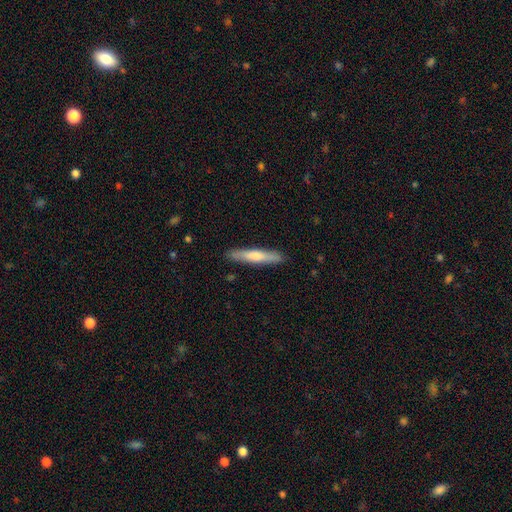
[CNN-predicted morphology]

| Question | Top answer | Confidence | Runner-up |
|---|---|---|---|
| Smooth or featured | smooth | 65% | featured or disk (30%) |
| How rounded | cigar-shaped | 92% | in between (7%) |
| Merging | none | 89% | minor disturbance (8%) |